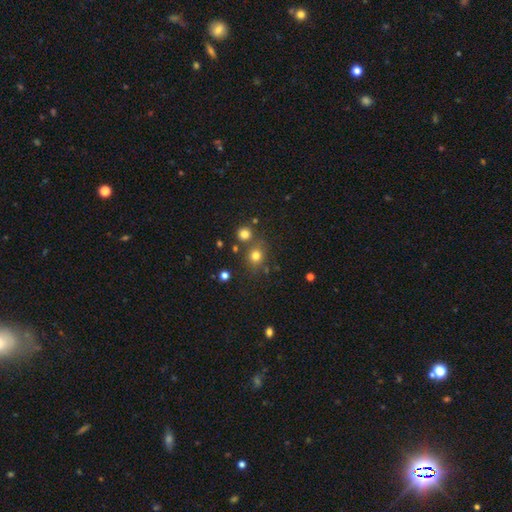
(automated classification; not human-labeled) Morphology: type=smooth (75%); roundness=round (84%); merging=none (72%).